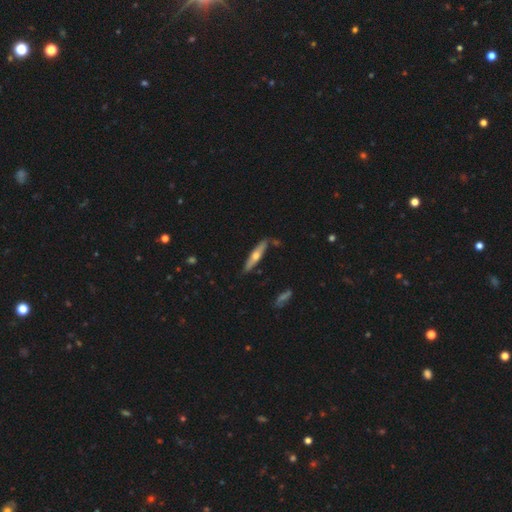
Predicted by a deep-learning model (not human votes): featured or disk 51%, smooth 43%, star or artifact 6%. Down the decision tree: edge-on disk — yes (89%); merging — none (83%).